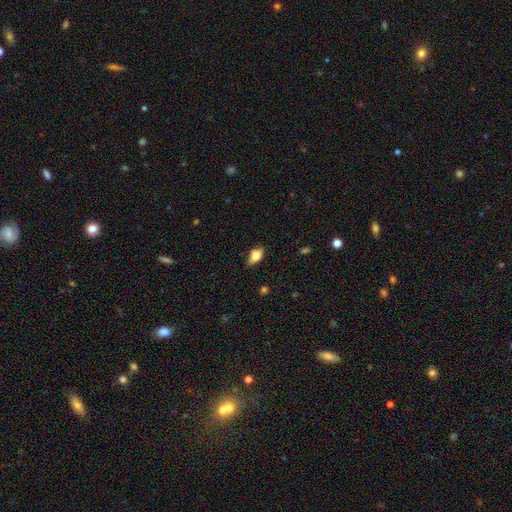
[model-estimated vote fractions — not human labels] A smooth galaxy with no disk features (77%) that is in between round and cigar-shaped (85%).

Vote fractions:
- Smooth or featured? smooth: 77% / featured or disk: 15% / star or artifact: 8%
- How rounded? in between: 85% / round: 9% / cigar-shaped: 6%
- Merging? none: 66% / minor disturbance: 27% / major disturbance: 5% / merger: 2%